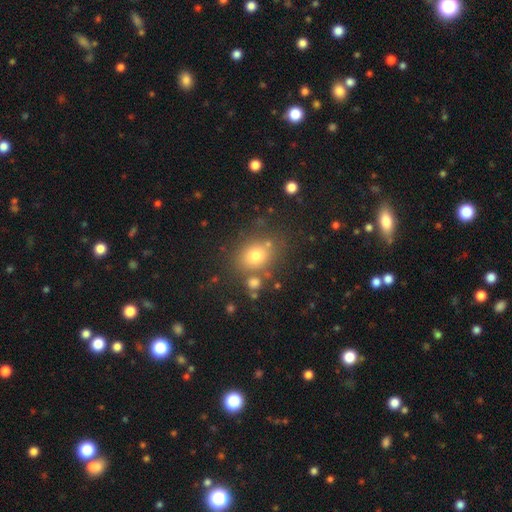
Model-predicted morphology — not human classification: smooth 74%, star or artifact 15%, featured or disk 11%. Down the decision tree: how rounded — round (57%); merging — none (73%).